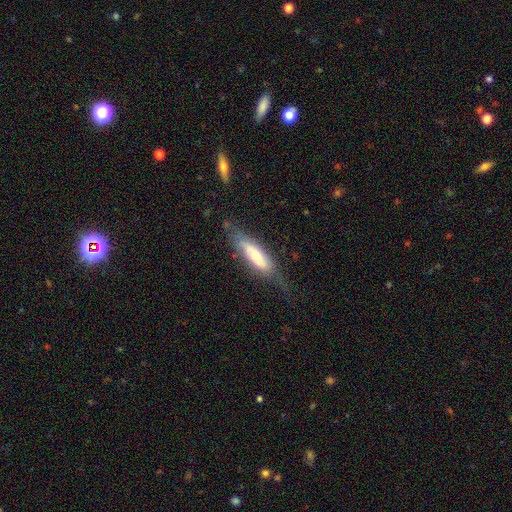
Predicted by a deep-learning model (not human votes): A smooth galaxy with no disk features (56%) that is cigar-shaped (55%).

Vote fractions:
- Smooth or featured? smooth: 56% / featured or disk: 37% / star or artifact: 7%
- How rounded? cigar-shaped: 55% / in between: 43% / round: 2%
- Merging? none: 56% / minor disturbance: 28% / major disturbance: 14% / merger: 3%